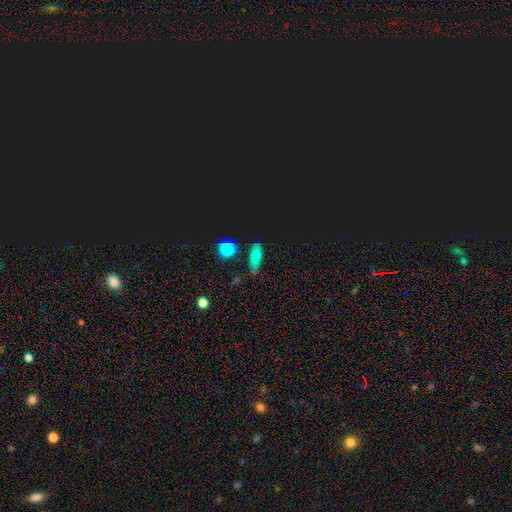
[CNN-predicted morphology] Smooth or featured? smooth (54%)
How rounded? in between (64%)
Merging? none (73%)